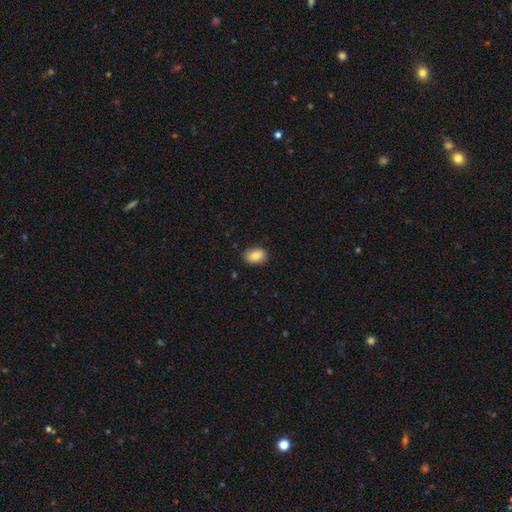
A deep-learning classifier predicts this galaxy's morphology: A smooth galaxy with no disk features (84%) that is in between round and cigar-shaped (83%). Merging: none (86%).